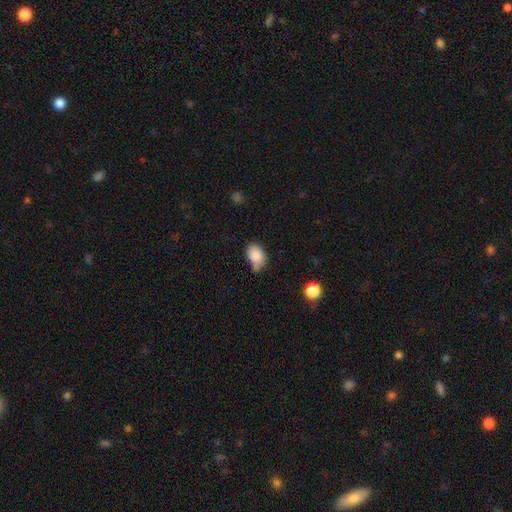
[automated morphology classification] This appears to be a smooth galaxy with no disk features (86%) that is in between round and cigar-shaped (79%). Merging: none (48%).